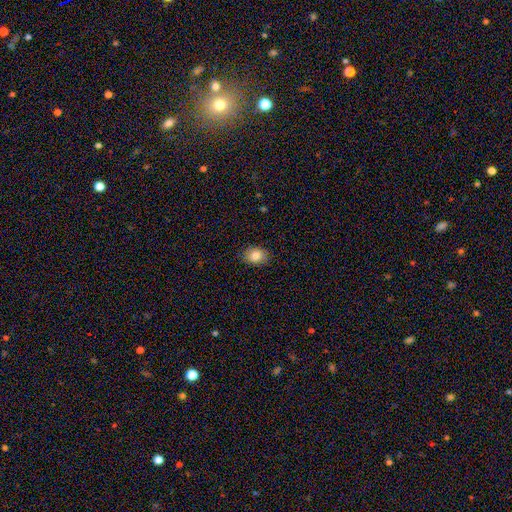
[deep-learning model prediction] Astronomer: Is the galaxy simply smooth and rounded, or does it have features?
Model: smooth — 83%.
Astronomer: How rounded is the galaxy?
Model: in between — 57% (runner-up: round, 42%).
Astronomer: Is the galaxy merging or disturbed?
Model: none — 86%.